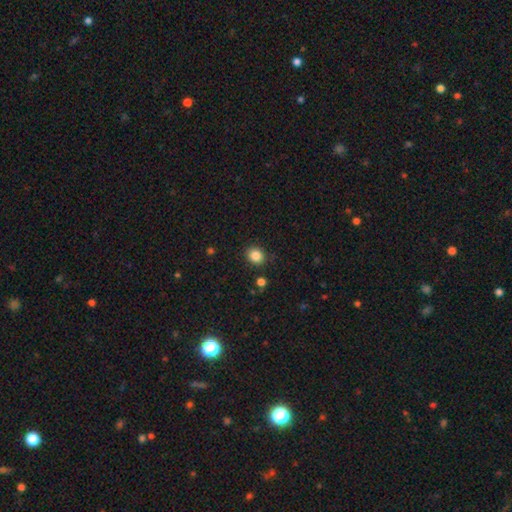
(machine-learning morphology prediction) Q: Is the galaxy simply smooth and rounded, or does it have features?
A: smooth — 85%.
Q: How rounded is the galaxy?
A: round — 69%.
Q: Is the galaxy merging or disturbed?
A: none — 87%.